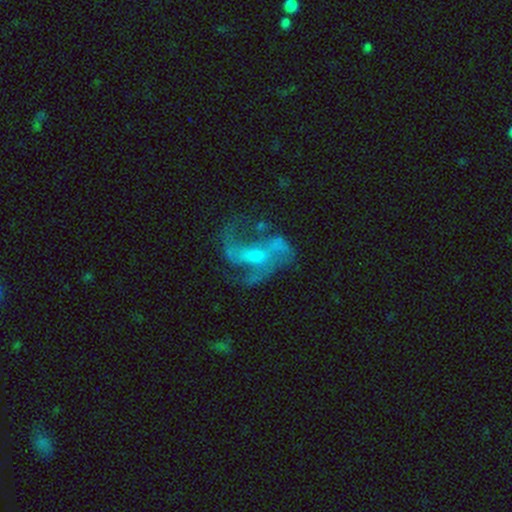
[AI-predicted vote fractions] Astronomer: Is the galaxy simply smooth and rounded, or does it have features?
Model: featured or disk — 80%.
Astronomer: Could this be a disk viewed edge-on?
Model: no — 97%.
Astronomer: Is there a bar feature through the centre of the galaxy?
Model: no — 44% (runner-up: weak, 39%).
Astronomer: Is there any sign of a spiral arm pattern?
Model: yes — 85%.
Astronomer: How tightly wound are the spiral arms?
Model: loose — 55% (runner-up: medium, 36%).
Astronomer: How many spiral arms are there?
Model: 2 — 48% (runner-up: 3, 25%).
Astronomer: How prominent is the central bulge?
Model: small — 47% (runner-up: moderate, 43%).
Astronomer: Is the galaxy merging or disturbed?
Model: none — 45% (runner-up: major disturbance, 32%).